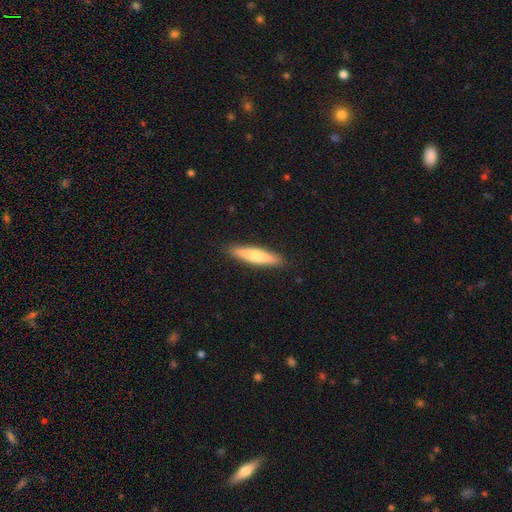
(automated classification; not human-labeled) Smooth or featured? Predicted: smooth (p=0.58). How rounded? Predicted: cigar-shaped (p=0.86). Merging? Predicted: none (p=0.90).